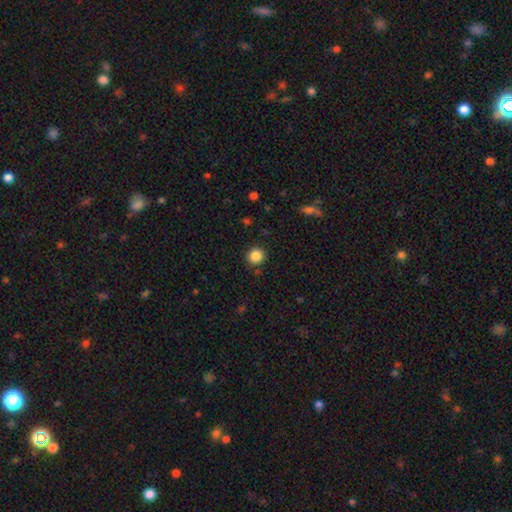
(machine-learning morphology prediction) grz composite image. It shows a smooth galaxy with no disk features (85%) that is round (92%). Merging: none (90%).